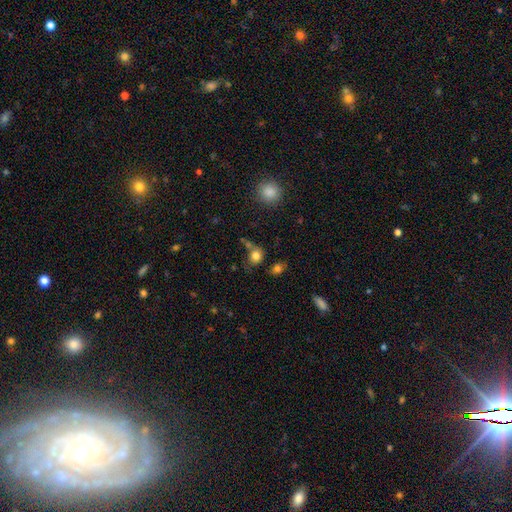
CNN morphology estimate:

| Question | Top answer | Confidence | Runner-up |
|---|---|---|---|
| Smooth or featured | smooth | 81% | star or artifact (13%) |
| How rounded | round | 68% | in between (31%) |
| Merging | none | 60% | minor disturbance (17%) |